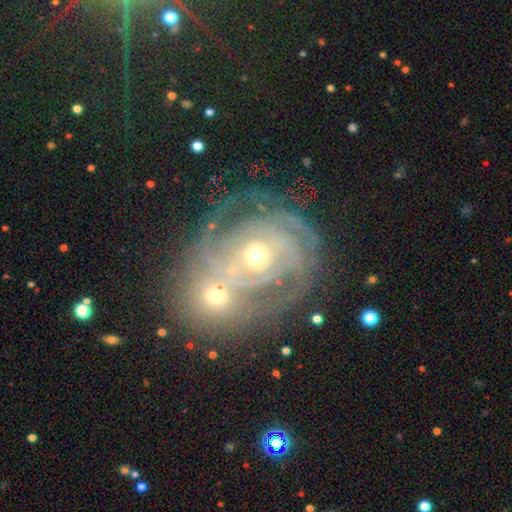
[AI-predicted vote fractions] smooth-or-featured: featured or disk: 80% | star or artifact: 12% | smooth: 9%
  disk-edge-on: no: 96% | yes: 4%
    bar: no: 64% | weak: 25% | strong: 10%
    has-spiral-arms: yes: 93% | no: 7%
      spiral-winding: tight: 77% | medium: 18% | loose: 4%
      spiral-arm-count: can't tell: 35% | 2: 23% | 3: 19% | 4: 9% | more than 4: 8% | 1: 7%
    bulge-size: moderate: 48% | small: 46% | large: 3% | none: 1% | dominant: 1%
  merging: merger: 48% | none: 35% | minor disturbance: 11% | major disturbance: 7%